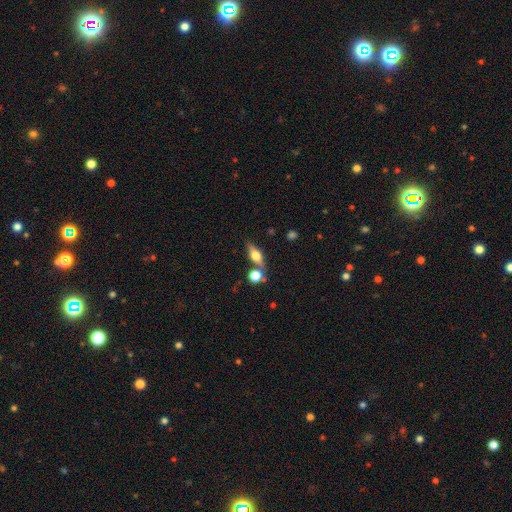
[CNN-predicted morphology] smooth-or-featured: smooth: 48% | featured or disk: 43% | star or artifact: 9%
  merging: none: 69% | merger: 16% | minor disturbance: 12% | major disturbance: 4%